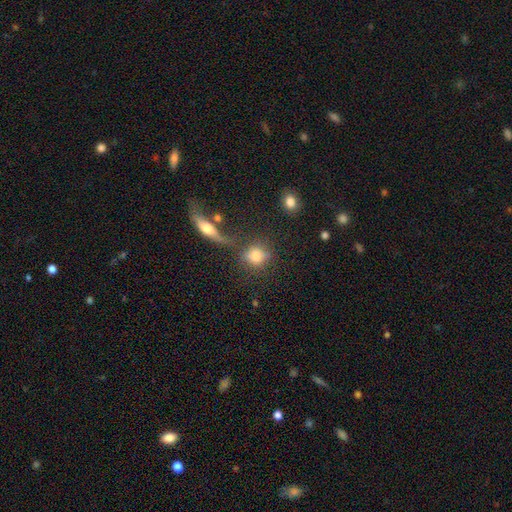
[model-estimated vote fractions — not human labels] This is likely a smooth galaxy (72%). How rounded: possibly round (55%). Merging: possibly none (55%).